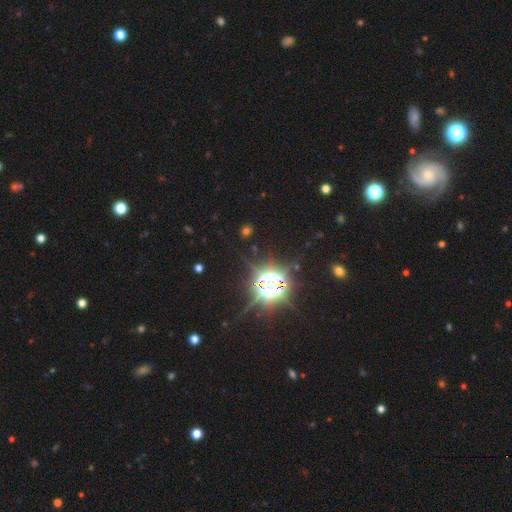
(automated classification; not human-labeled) Morphology: type=star or artifact (82%).